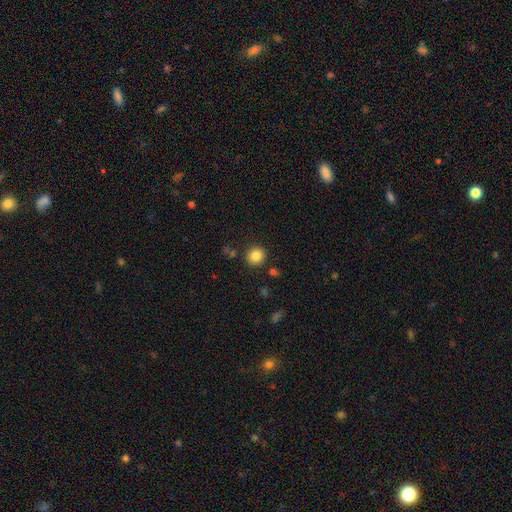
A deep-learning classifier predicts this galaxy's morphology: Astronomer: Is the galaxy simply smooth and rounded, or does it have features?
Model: smooth — 85%.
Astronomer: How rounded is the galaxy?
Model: round — 89%.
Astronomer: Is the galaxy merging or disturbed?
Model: none — 87%.